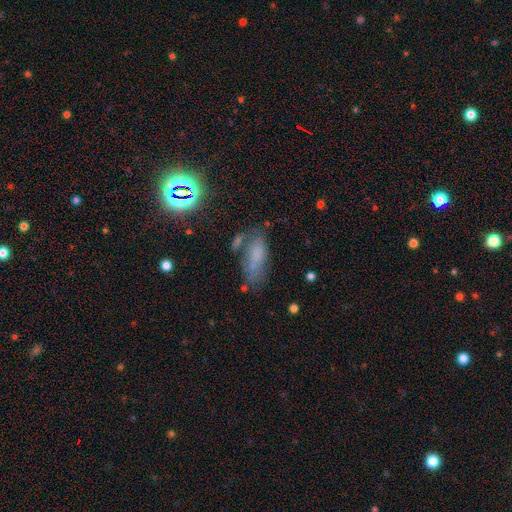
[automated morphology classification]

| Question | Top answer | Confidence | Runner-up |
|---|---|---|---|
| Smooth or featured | smooth | 54% | featured or disk (25%) |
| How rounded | in between | 75% | cigar-shaped (20%) |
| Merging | none | 45% | minor disturbance (27%) |